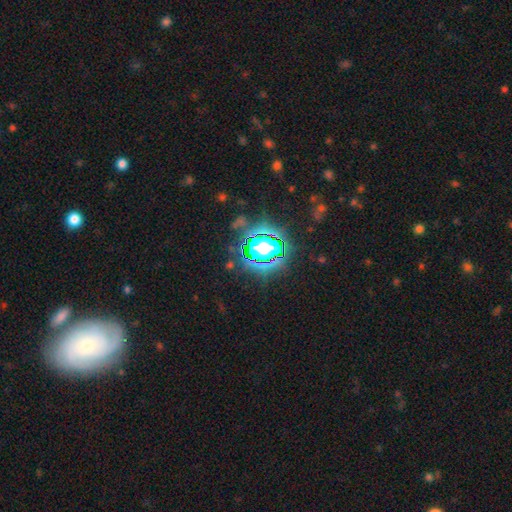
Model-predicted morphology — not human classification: Smooth or featured? Predicted: star or artifact (p=0.76).